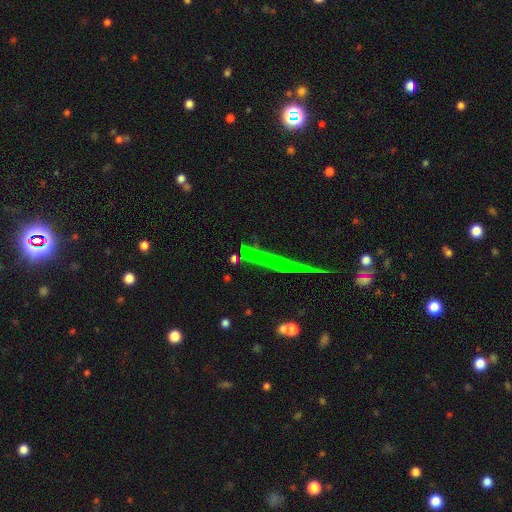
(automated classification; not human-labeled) The model was most divided on "smooth or featured": featured or disk: 45%, smooth: 29%, star or artifact: 26%. More confident: merging — none (74%).